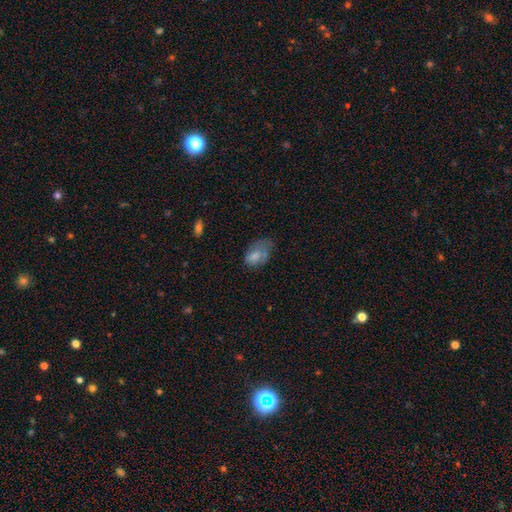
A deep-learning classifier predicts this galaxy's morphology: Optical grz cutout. It shows a smooth galaxy with no disk features (74%) that is in between round and cigar-shaped (89%). Merging: minor disturbance (35%, tied with none).